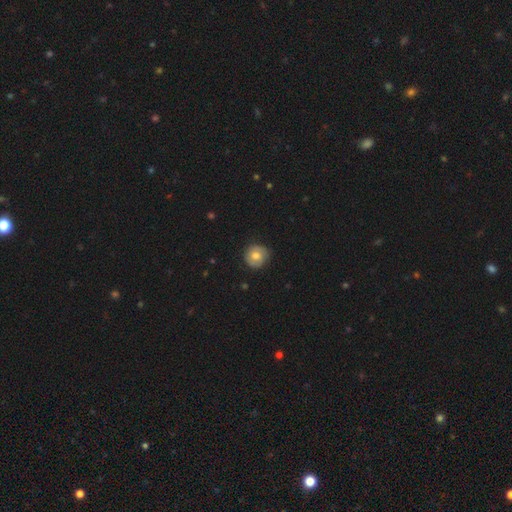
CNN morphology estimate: This appears to be a smooth galaxy with no disk features (68%) that is round (90%). Merging: none (81%).